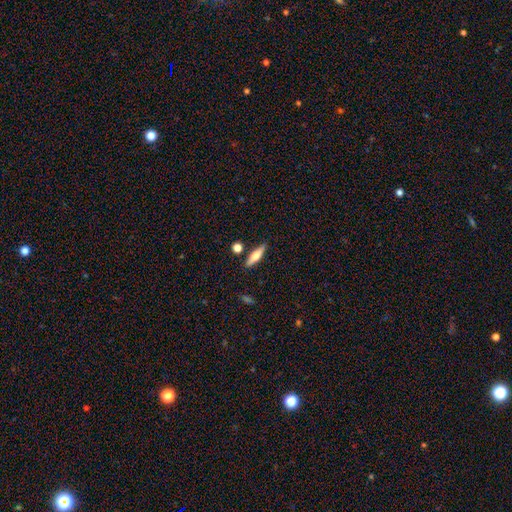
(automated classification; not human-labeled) smooth 56%, featured or disk 37%, star or artifact 7%. Down the decision tree: how rounded — cigar-shaped (67%); merging — none (83%).